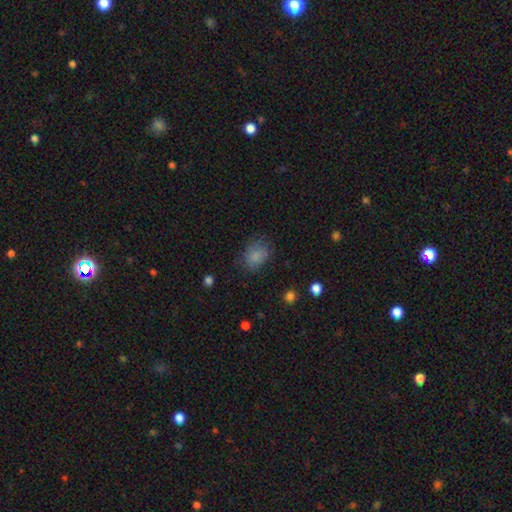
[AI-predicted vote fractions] smooth_or_featured: smooth (p=0.82) [alt: star or artifact p=0.10]
how_rounded: in between (p=0.56) [alt: round p=0.43]
merging: none (p=0.70) [alt: minor disturbance p=0.21]